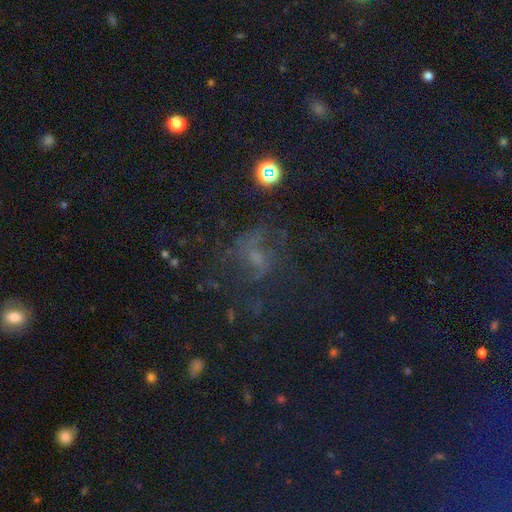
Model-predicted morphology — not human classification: This is marginally a featured or disk galaxy (41%). Merging: possibly none (53%).